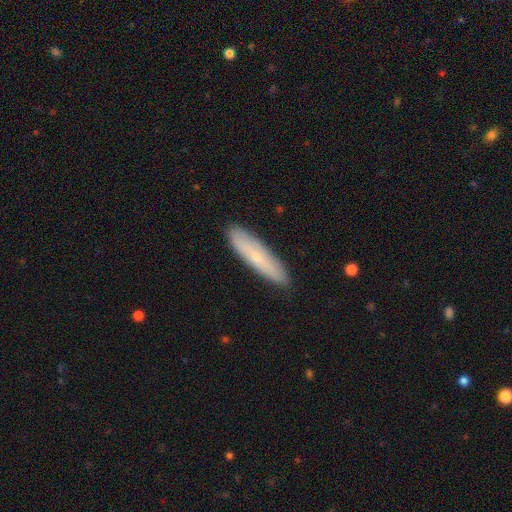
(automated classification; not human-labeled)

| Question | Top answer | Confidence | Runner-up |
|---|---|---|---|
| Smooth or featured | smooth | 60% | featured or disk (34%) |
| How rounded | cigar-shaped | 81% | in between (18%) |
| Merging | none | 87% | minor disturbance (10%) |